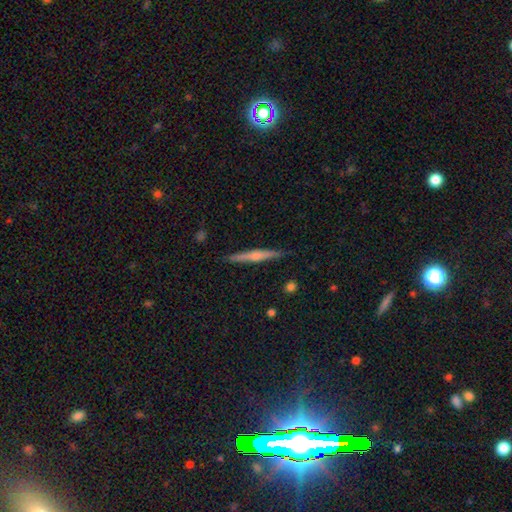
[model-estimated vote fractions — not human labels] A featured or disk galaxy (59%) viewed edge-on (97%) with a rounded central bulge (73%).

Vote fractions:
- Smooth or featured? featured or disk: 59% / smooth: 35% / star or artifact: 6%
- Edge-on disk? yes: 97% / no: 3%
- Edge-on bulge? rounded: 73% / none: 19% / boxy: 8%
- Merging? none: 89% / minor disturbance: 8% / major disturbance: 2% / merger: 1%